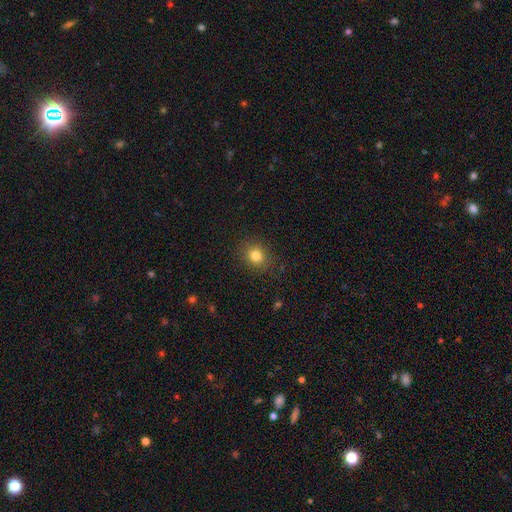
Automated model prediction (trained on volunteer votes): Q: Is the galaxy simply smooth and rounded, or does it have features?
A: smooth — 80%.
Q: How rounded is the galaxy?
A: round — 72%.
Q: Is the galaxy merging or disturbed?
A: none — 87%.